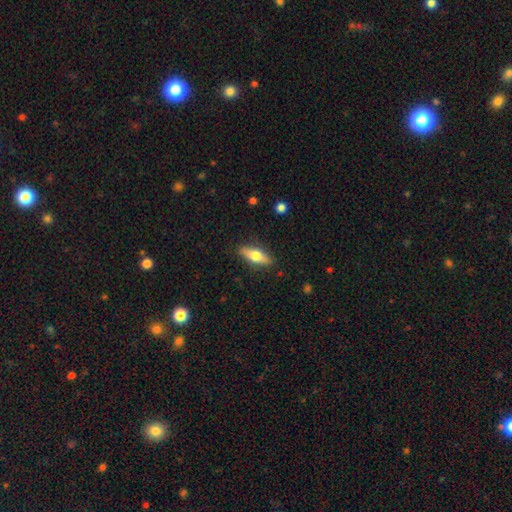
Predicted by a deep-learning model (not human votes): smooth 59%, featured or disk 35%, star or artifact 6%. Down the decision tree: how rounded — in between (58%); merging — none (87%).